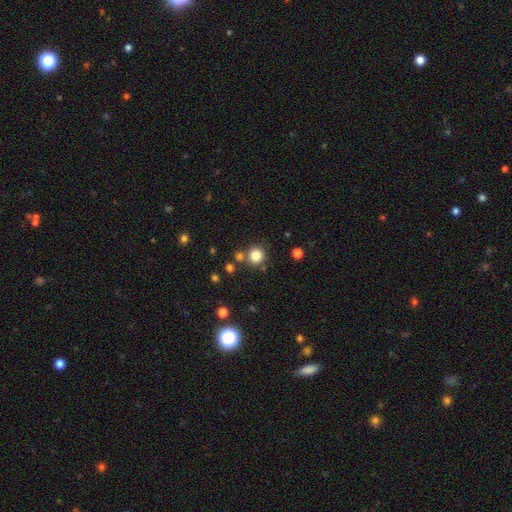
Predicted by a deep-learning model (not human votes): Q: Smooth or featured?
A: smooth (82%); runner-up: star or artifact (13%)
Q: How rounded?
A: round (93%); runner-up: in between (7%)
Q: Merging?
A: none (79%); runner-up: merger (10%)